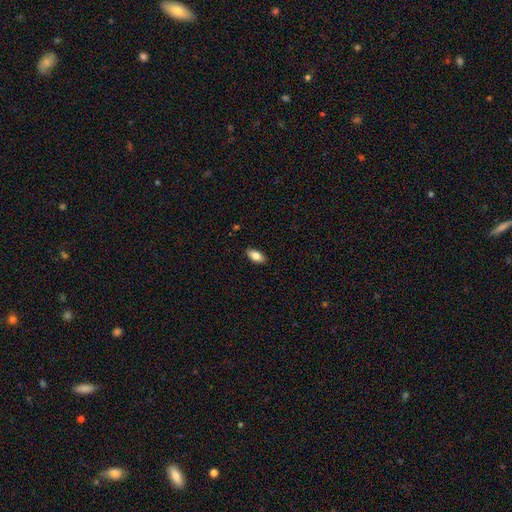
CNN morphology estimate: A smooth galaxy with no disk features (83%) that is in between round and cigar-shaped (91%). Merging: none (88%).